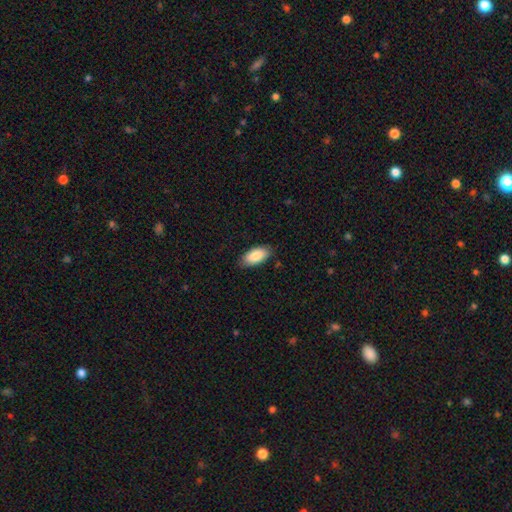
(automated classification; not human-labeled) This is clearly a smooth galaxy (86%). How rounded: clearly in between (93%). Merging: clearly none (82%).